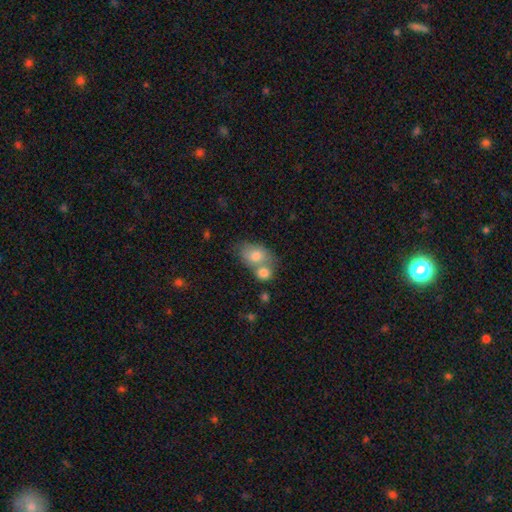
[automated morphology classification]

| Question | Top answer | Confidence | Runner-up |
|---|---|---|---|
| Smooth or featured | smooth | 77% | featured or disk (15%) |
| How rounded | in between | 73% | round (26%) |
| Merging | merger | 52% | none (33%) |